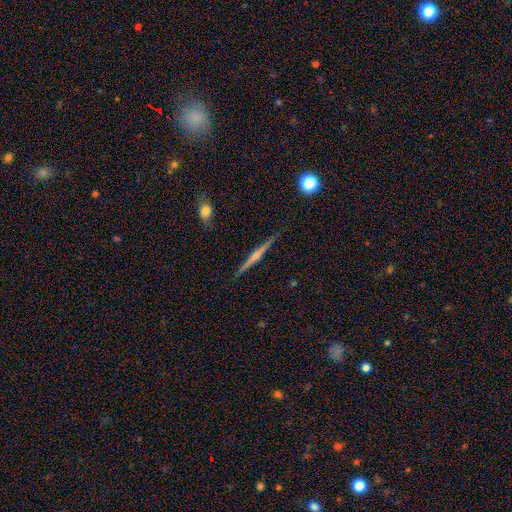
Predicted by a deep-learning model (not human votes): A featured or disk galaxy (71%) viewed edge-on (98%) with a rounded central bulge (63%). Merging: none (90%).